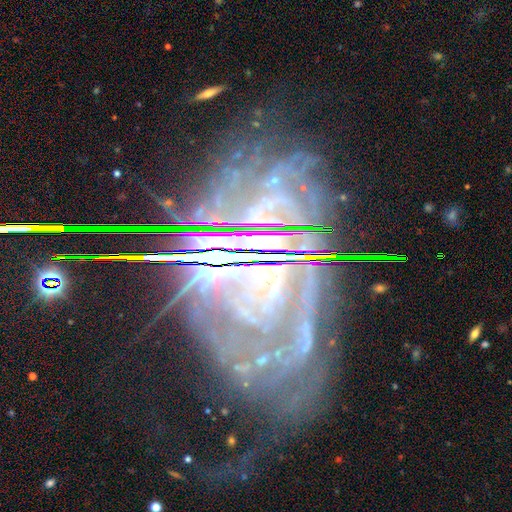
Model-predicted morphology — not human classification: smooth-or-featured: featured or disk: 77% | star or artifact: 16% | smooth: 7%
  disk-edge-on: no: 95% | yes: 5%
    bar: no: 56% | weak: 25% | strong: 19%
    has-spiral-arms: yes: 91% | no: 9%
      spiral-winding: tight: 67% | medium: 25% | loose: 8%
      spiral-arm-count: can't tell: 30% | 2: 21% | 3: 16% | more than 4: 12% | 4: 12% | 1: 10%
    bulge-size: small: 52% | moderate: 25% | none: 13% | large: 7% | dominant: 3%
  merging: none: 51% | major disturbance: 24% | minor disturbance: 20% | merger: 5%